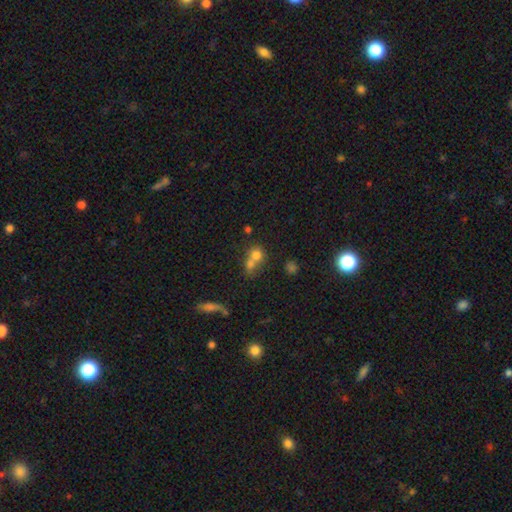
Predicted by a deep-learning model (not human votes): Overall: smooth (71%). How rounded: round (73%). Merging: merger (60%; none 29%).